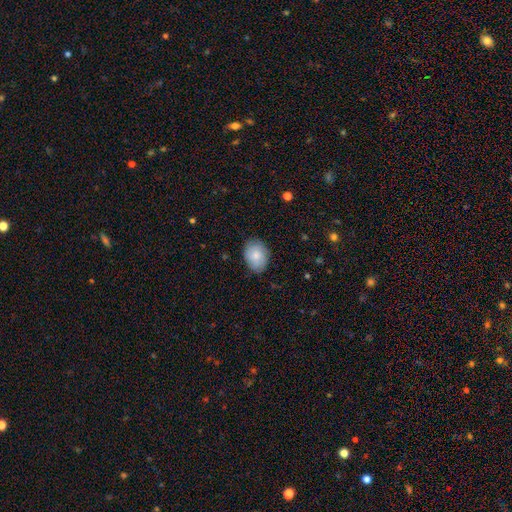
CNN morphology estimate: smooth_or_featured: smooth (p=0.80) [alt: featured or disk p=0.14]
how_rounded: in between (p=0.68) [alt: round p=0.31]
merging: none (p=0.79) [alt: minor disturbance p=0.17]